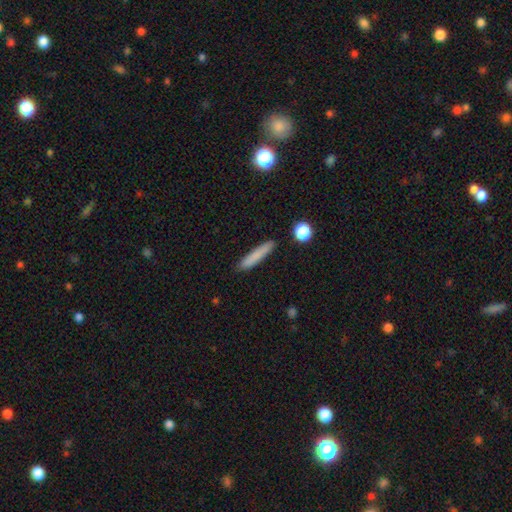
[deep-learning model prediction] A smooth galaxy with no disk features (81%) that is cigar-shaped (91%). Merging: none (88%).